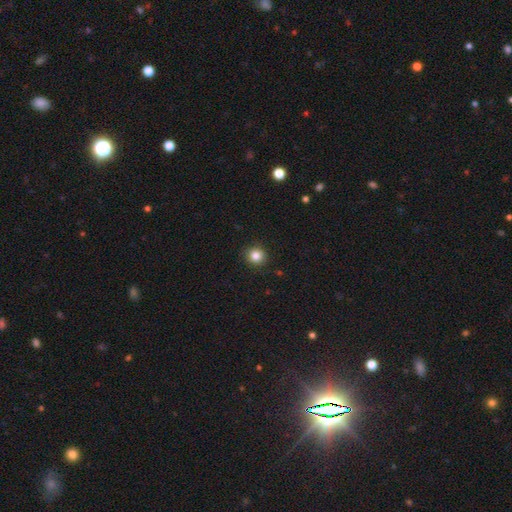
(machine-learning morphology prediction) Smooth or featured? smooth (84%)
How rounded? round (91%)
Merging? none (91%)